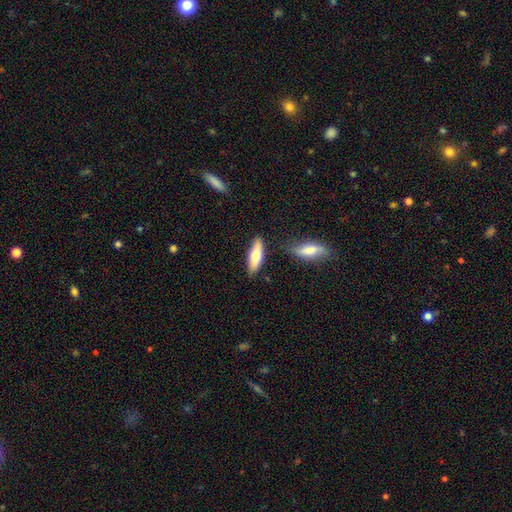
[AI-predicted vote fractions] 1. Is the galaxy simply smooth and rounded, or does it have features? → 71% smooth, 23% featured or disk, 5% star or artifact.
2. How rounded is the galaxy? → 52% in between, 46% cigar-shaped, 2% round.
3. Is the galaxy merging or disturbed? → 76% none, 13% minor disturbance, 7% merger, 3% major disturbance.